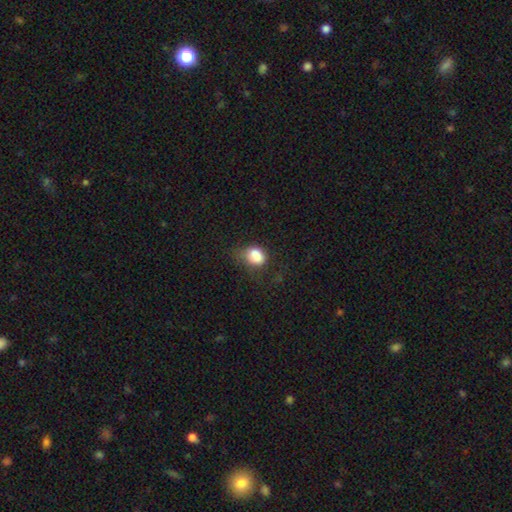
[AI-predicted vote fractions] A smooth galaxy with no disk features (83%) that is in between round and cigar-shaped (60%).

Vote fractions:
- Smooth or featured? smooth: 83% / star or artifact: 9% / featured or disk: 7%
- How rounded? in between: 60% / round: 39% / cigar-shaped: 1%
- Merging? none: 40% / minor disturbance: 33% / major disturbance: 24% / merger: 3%